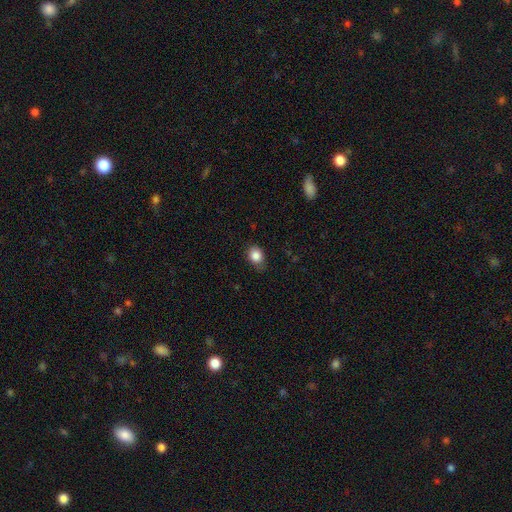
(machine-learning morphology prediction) A smooth galaxy with no disk features (85%) that is round (50%).

Vote fractions:
- Smooth or featured? smooth: 85% / star or artifact: 9% / featured or disk: 6%
- How rounded? round: 50% / in between: 49% / cigar-shaped: 1%
- Merging? none: 73% / minor disturbance: 21% / major disturbance: 4% / merger: 1%